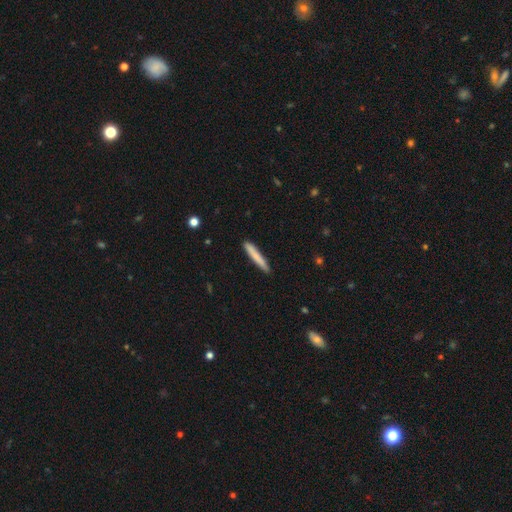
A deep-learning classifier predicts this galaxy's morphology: smooth 78%, featured or disk 16%, star or artifact 6%. Down the decision tree: how rounded — cigar-shaped (95%); merging — none (89%).